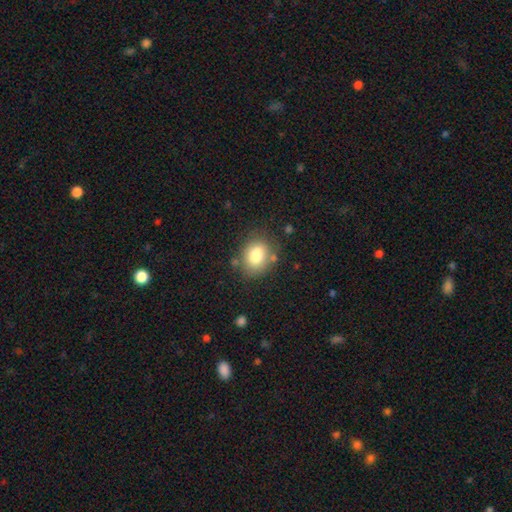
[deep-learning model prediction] smooth-or-featured: smooth: 80% | featured or disk: 11% | star or artifact: 9%
  how-rounded: in between: 62% | round: 37% | cigar-shaped: 1%
  merging: none: 74% | minor disturbance: 16% | merger: 5% | major disturbance: 5%